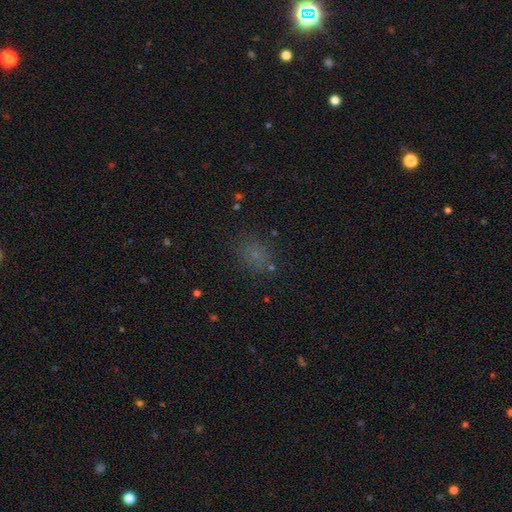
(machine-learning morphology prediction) A smooth galaxy with no disk features (66%) that is round (60%). Merging: none (80%).